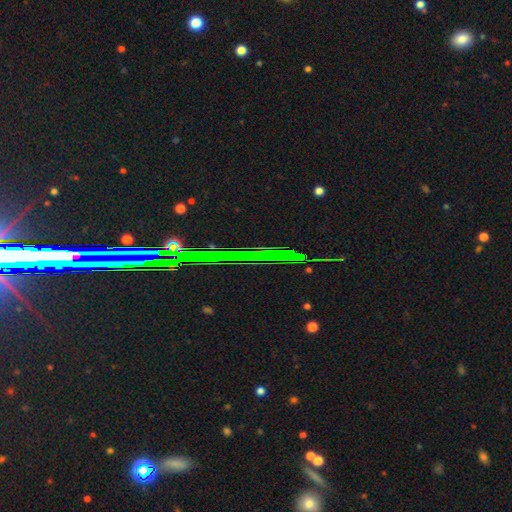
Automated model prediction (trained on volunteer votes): A star or artifact, not a galaxy (71%).

Vote fractions:
- Smooth or featured? star or artifact: 71% / featured or disk: 17% / smooth: 11%